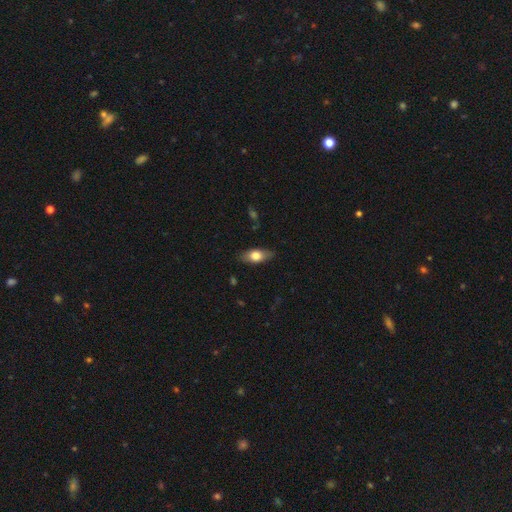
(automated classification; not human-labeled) Q: Smooth or featured?
A: smooth (71%); runner-up: featured or disk (23%)
Q: How rounded?
A: in between (83%); runner-up: cigar-shaped (12%)
Q: Merging?
A: none (82%); runner-up: minor disturbance (14%)